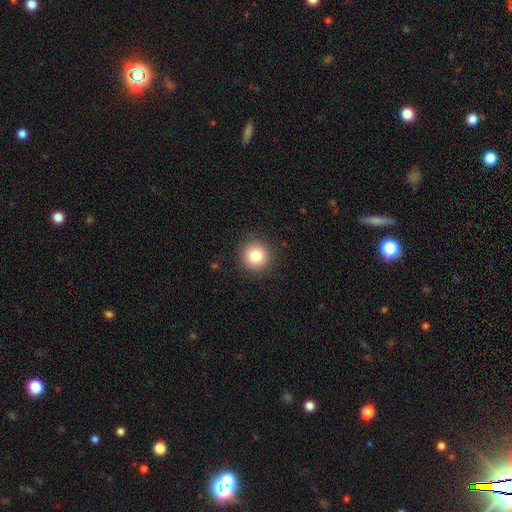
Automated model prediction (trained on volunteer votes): Q: Smooth or featured?
A: smooth (84%); runner-up: star or artifact (10%)
Q: How rounded?
A: round (93%); runner-up: in between (6%)
Q: Merging?
A: none (90%); runner-up: minor disturbance (7%)